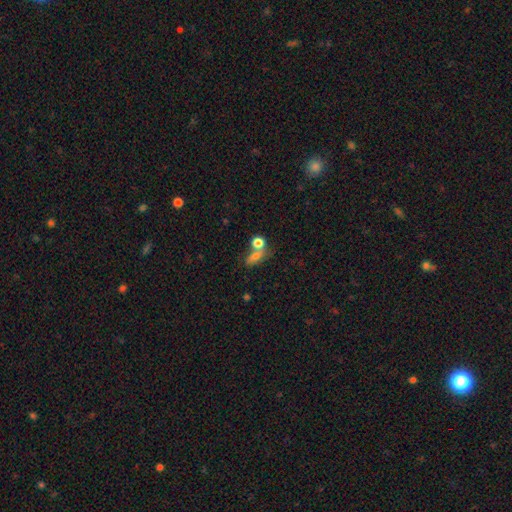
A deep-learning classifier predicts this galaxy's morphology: smooth-or-featured: smooth: 69% | featured or disk: 17% | star or artifact: 14%
  how-rounded: in between: 56% | round: 33% | cigar-shaped: 11%
  merging: merger: 39% | none: 37% | minor disturbance: 13% | major disturbance: 10%